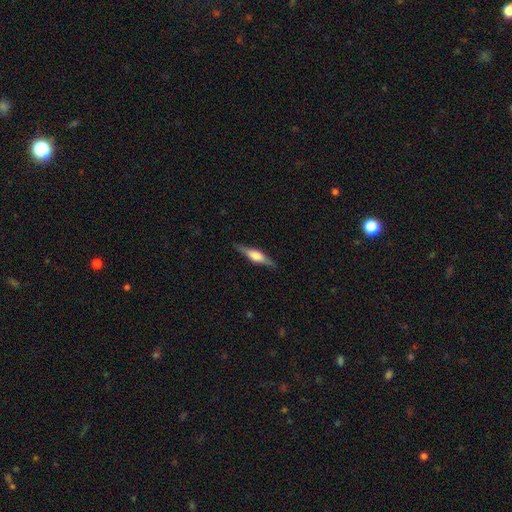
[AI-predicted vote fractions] Smooth or featured: featured or disk — 64% (smooth — 30%)
Edge-on disk: yes — 96% (no — 4%)
Edge-on bulge: rounded — 79% (boxy — 17%)
Merging: none — 87% (minor disturbance — 10%)